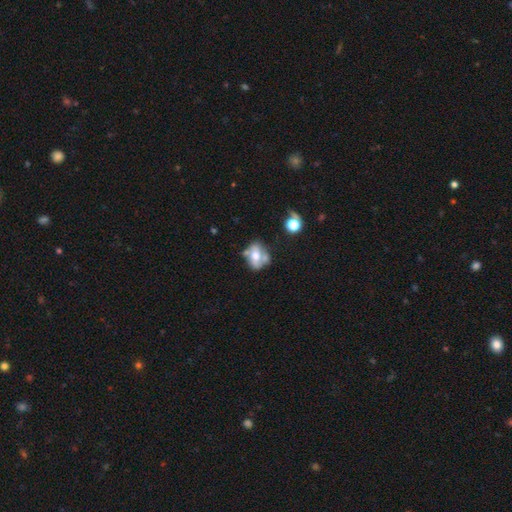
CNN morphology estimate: Smooth or featured? featured or disk (46%)
Merging? none (34%)